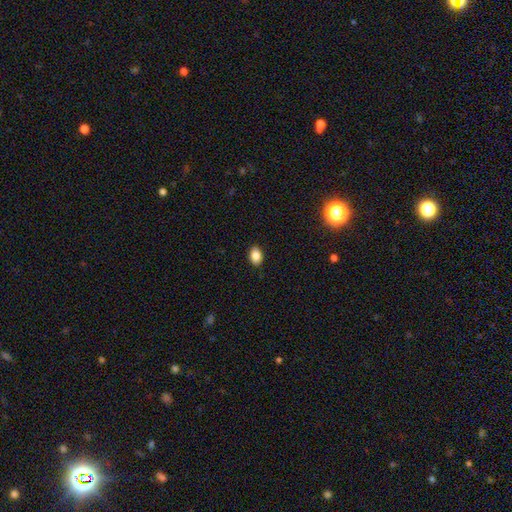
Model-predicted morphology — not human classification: Q: Smooth or featured?
A: smooth (86%); runner-up: star or artifact (9%)
Q: How rounded?
A: in between (81%); runner-up: round (18%)
Q: Merging?
A: none (90%); runner-up: minor disturbance (7%)